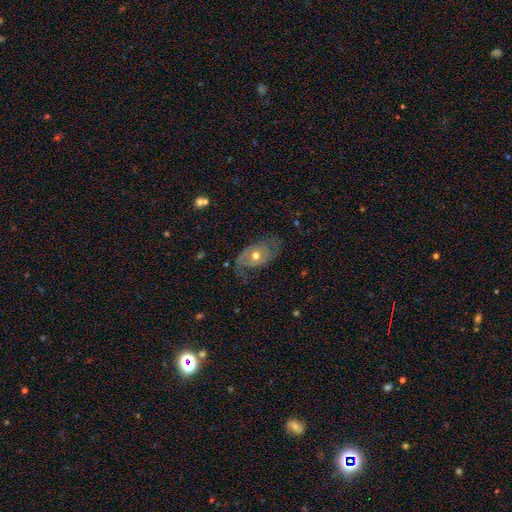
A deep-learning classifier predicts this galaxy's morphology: Smooth or featured: featured or disk — 67% (smooth — 25%)
Edge-on disk: no — 91% (yes — 9%)
Bar: no — 78% (weak — 17%)
Spiral arms: yes — 66% (no — 34%)
Bulge size: moderate — 74% (small — 19%)
Merging: none — 59% (minor disturbance — 24%)